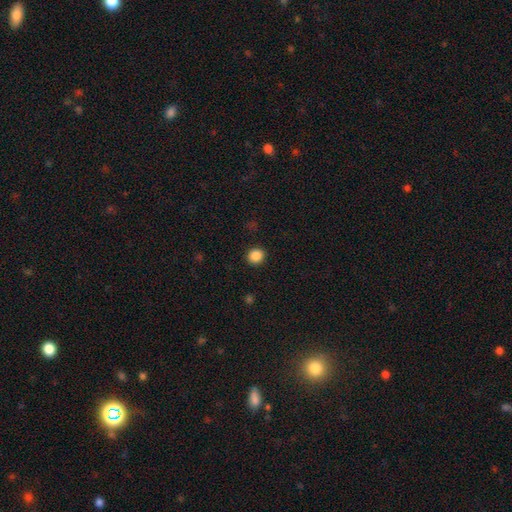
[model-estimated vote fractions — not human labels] Overall: smooth (87%). How rounded: round (85%). Merging: none (92%).